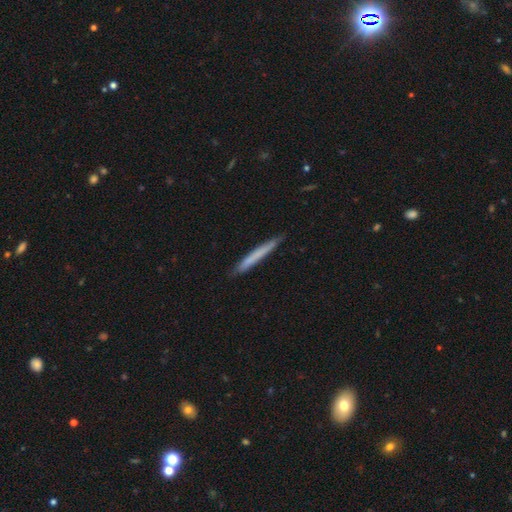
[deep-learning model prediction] The model was most divided on "smooth or featured": smooth: 67%, featured or disk: 27%, star or artifact: 6%. More confident: how rounded — cigar-shaped (97%); merging — none (87%).